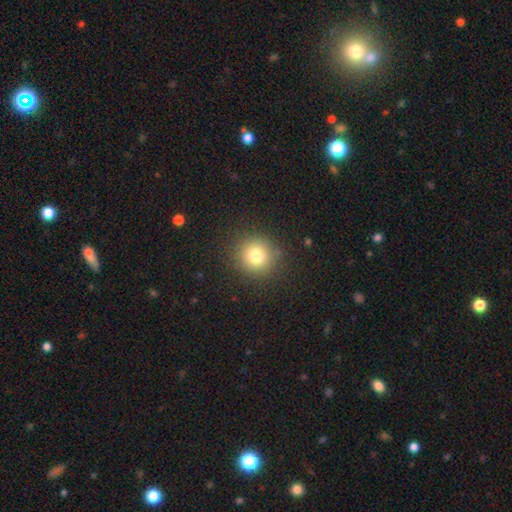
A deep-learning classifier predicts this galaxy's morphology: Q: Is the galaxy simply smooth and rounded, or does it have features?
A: smooth — 78%.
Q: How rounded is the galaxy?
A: round — 92%.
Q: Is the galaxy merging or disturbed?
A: none — 88%.